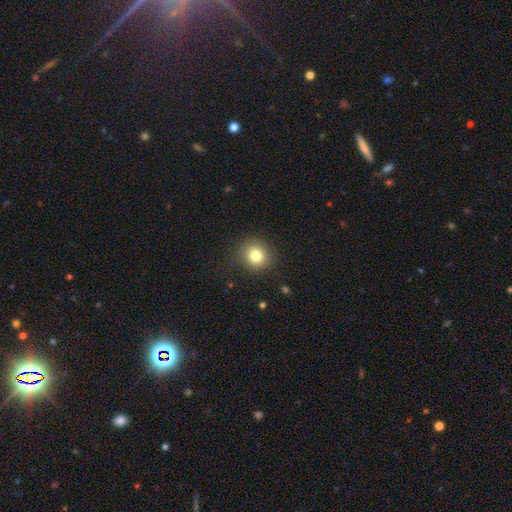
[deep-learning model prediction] smooth-or-featured: smooth: 81% | star or artifact: 11% | featured or disk: 8%
  how-rounded: round: 87% | in between: 12% | cigar-shaped: 1%
  merging: none: 86% | minor disturbance: 10% | major disturbance: 4% | merger: 1%